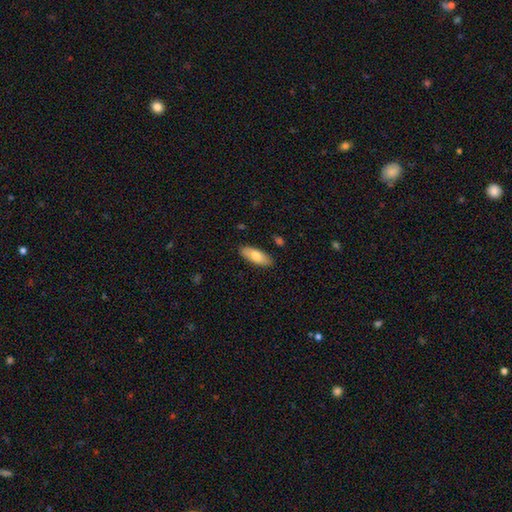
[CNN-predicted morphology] smooth_or_featured: smooth (p=0.76) [alt: featured or disk p=0.18]
how_rounded: in between (p=0.76) [alt: cigar-shaped p=0.22]
merging: none (p=0.87) [alt: minor disturbance p=0.10]